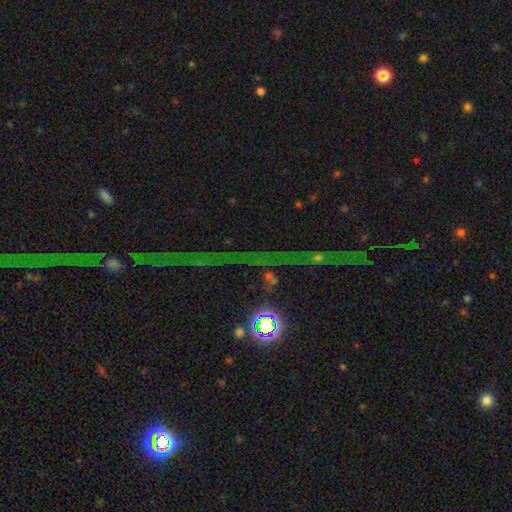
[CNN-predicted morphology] type=star or artifact (78%).